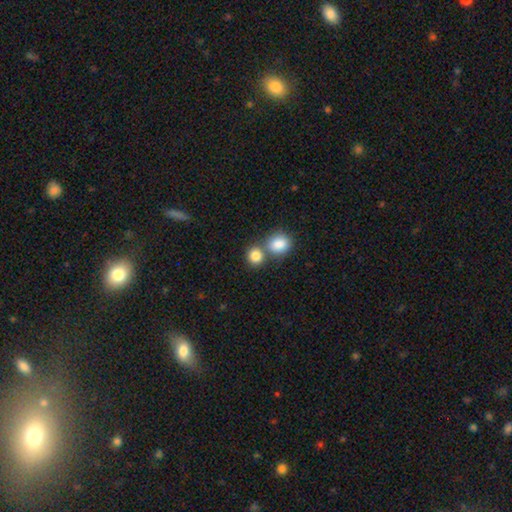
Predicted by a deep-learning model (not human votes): Morphology: type=smooth (85%); roundness=round (80%); merging=none (49%).